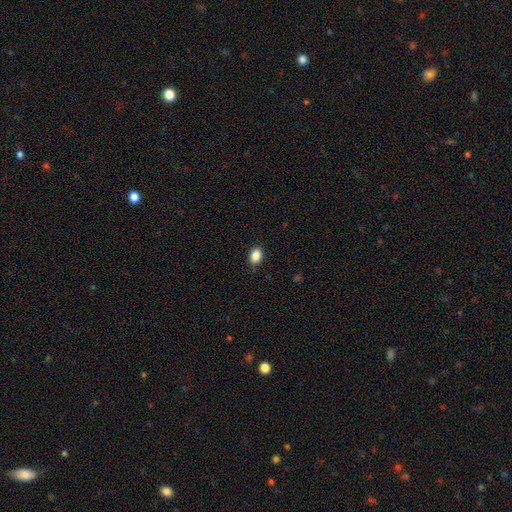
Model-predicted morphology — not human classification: Smooth or featured? smooth (87%)
How rounded? in between (77%)
Merging? none (86%)